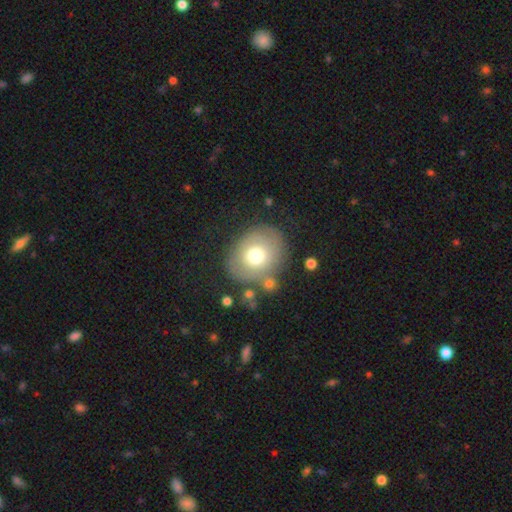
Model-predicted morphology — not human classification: Smooth or featured: smooth — 63% (featured or disk — 27%)
How rounded: round — 65% (in between — 34%)
Merging: none — 69% (minor disturbance — 17%)